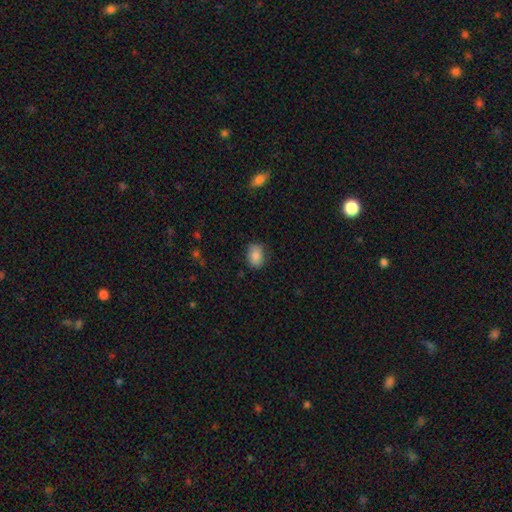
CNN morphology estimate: smooth-or-featured: smooth: 85% | star or artifact: 8% | featured or disk: 6%
  how-rounded: in between: 70% | round: 29% | cigar-shaped: 1%
  merging: none: 78% | minor disturbance: 18% | major disturbance: 3% | merger: 1%